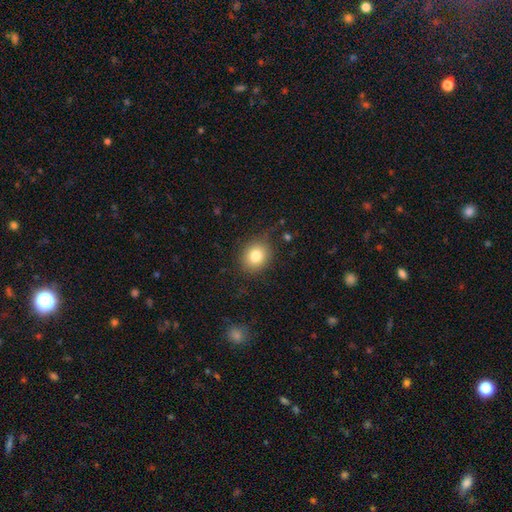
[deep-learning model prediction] Smooth or featured: smooth — 81% (star or artifact — 10%)
How rounded: round — 70% (in between — 29%)
Merging: none — 81% (minor disturbance — 13%)